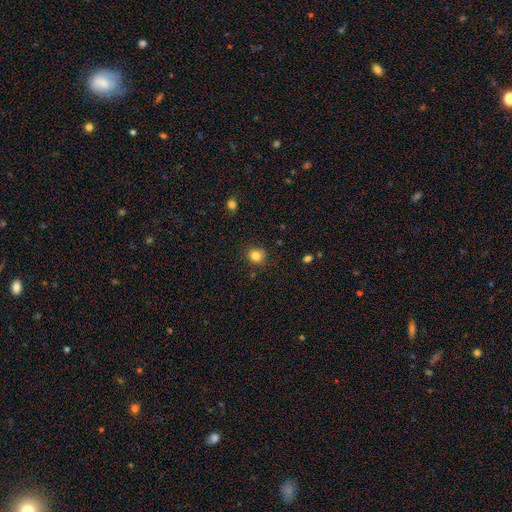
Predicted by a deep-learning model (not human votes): smooth 83%, star or artifact 12%, featured or disk 5%. Down the decision tree: how rounded — round (81%); merging — none (84%).